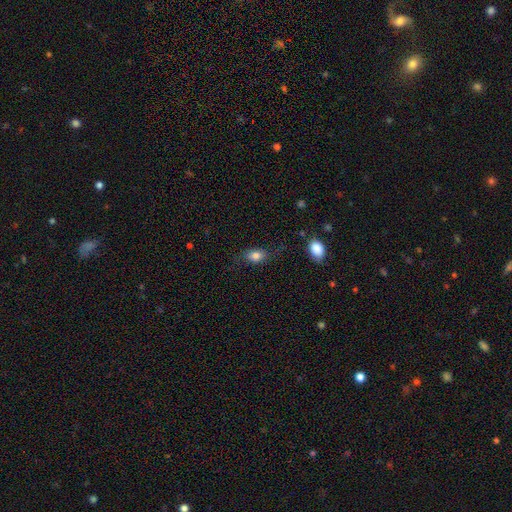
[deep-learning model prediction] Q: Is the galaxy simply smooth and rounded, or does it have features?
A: smooth — 81%.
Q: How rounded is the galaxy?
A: in between — 79%.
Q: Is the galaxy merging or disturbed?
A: none — 67%.